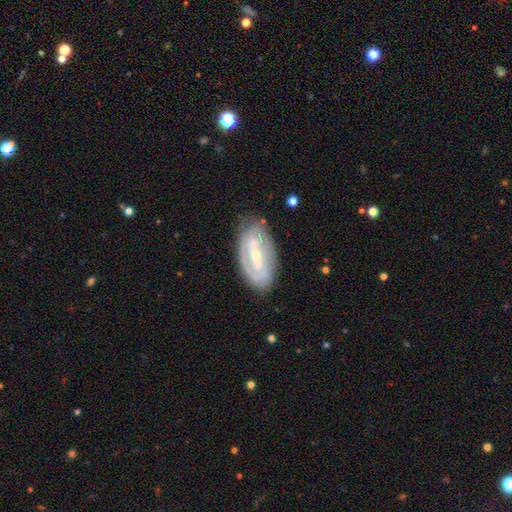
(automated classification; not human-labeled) The model was most divided on "bar": weak: 37%, strong: 33%, no: 30%. Remaining: edge-on disk — no (92%); spiral arms — yes (78%); smooth or featured — featured or disk (77%); merging — none (76%); bulge size — small (66%); spiral winding — tight (59%); spiral arm count — 2 (48%).